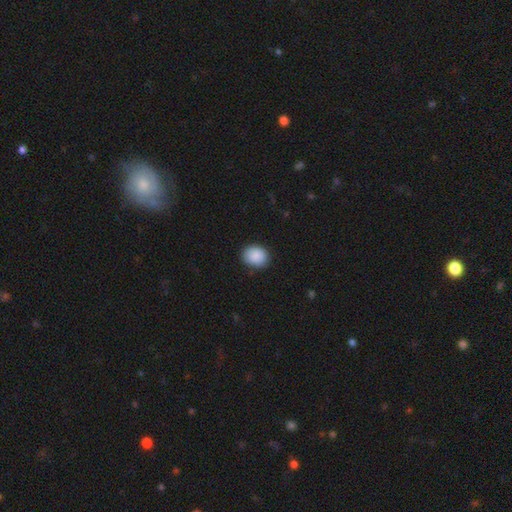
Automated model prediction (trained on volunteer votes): smooth-or-featured: smooth: 89% | star or artifact: 7% | featured or disk: 4%
  how-rounded: round: 60% | in between: 40% | cigar-shaped: 1%
  merging: none: 86% | minor disturbance: 11% | major disturbance: 2% | merger: 1%